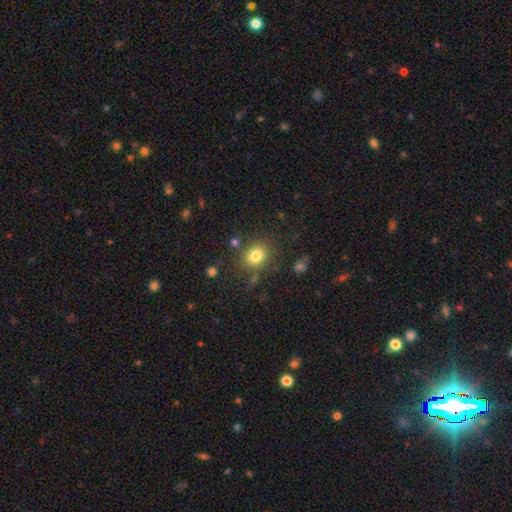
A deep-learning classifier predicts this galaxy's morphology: Q: Smooth or featured?
A: smooth (80%); runner-up: star or artifact (12%)
Q: How rounded?
A: round (63%); runner-up: in between (36%)
Q: Merging?
A: none (79%); runner-up: minor disturbance (12%)